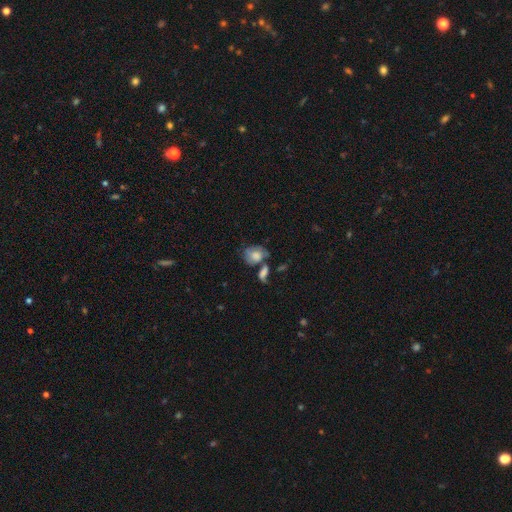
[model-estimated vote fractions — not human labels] The model was most divided on "merging": none: 37%, merger: 28%, minor disturbance: 21%, major disturbance: 14%. More confident: smooth or featured — smooth (57%); how rounded — in between (56%).